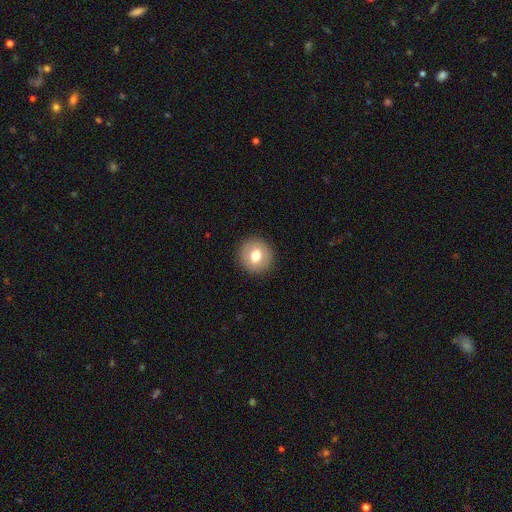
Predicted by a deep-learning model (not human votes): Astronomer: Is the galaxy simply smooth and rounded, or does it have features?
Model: smooth — 73%.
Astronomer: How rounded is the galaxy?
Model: round — 93%.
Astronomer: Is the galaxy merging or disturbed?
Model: none — 92%.